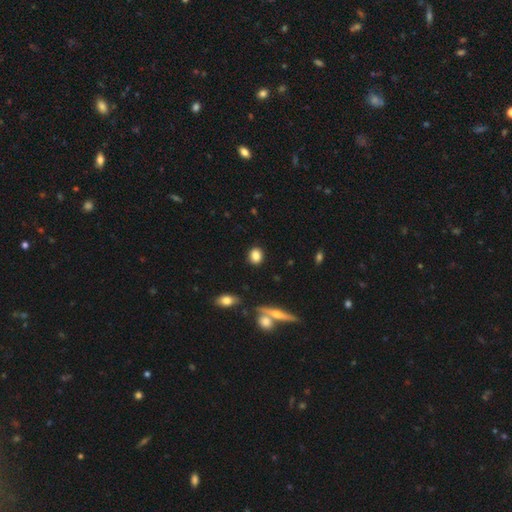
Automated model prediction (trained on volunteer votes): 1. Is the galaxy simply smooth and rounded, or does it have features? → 85% smooth, 8% star or artifact, 7% featured or disk.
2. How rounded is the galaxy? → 63% round, 35% in between, 2% cigar-shaped.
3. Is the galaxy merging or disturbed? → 88% none, 7% minor disturbance, 2% merger, 2% major disturbance.